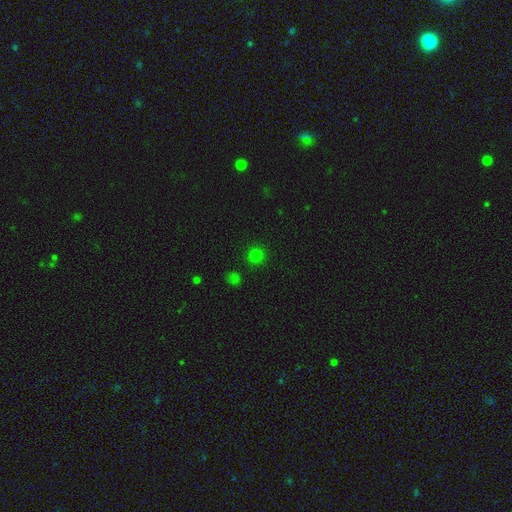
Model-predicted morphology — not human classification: smooth_or_featured: smooth (p=0.77) [alt: star or artifact p=0.19]
how_rounded: round (p=0.94) [alt: in between p=0.05]
merging: none (p=0.90) [alt: minor disturbance p=0.06]